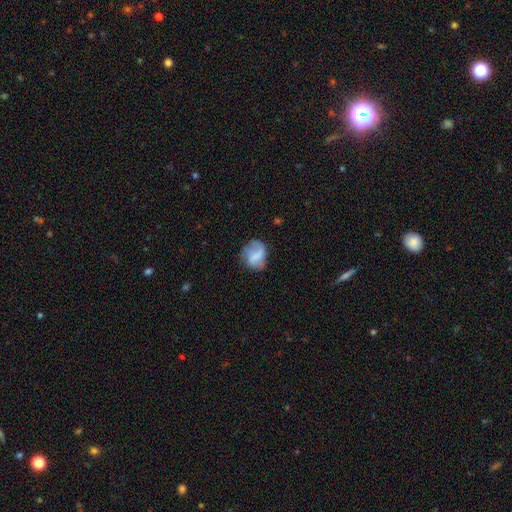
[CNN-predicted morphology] The model was most divided on "smooth or featured": smooth: 54%, featured or disk: 37%, star or artifact: 9%. More confident: how rounded — round (64%); merging — none (54%).